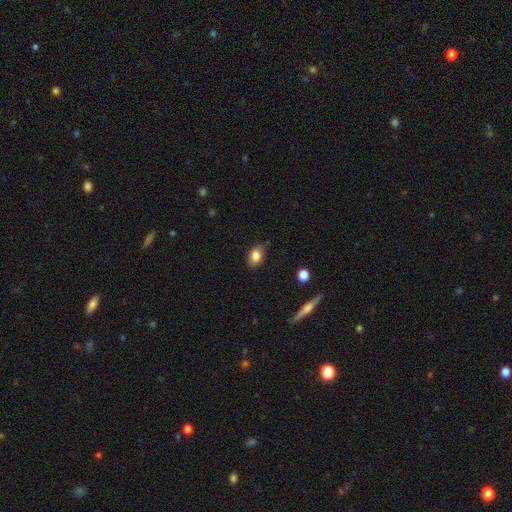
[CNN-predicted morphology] This appears to be a smooth galaxy with no disk features (84%) that is in between round and cigar-shaped (81%). Merging: none (83%).